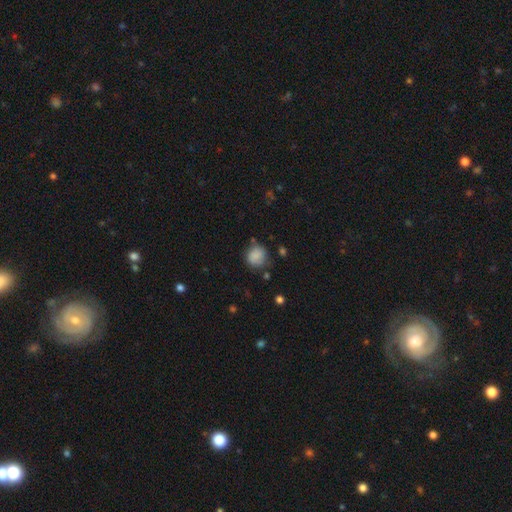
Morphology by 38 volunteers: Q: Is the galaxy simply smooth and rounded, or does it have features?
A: smooth — 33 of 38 (87%).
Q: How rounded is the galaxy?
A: round — 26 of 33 (79%).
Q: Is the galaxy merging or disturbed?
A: none — 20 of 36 (56%).